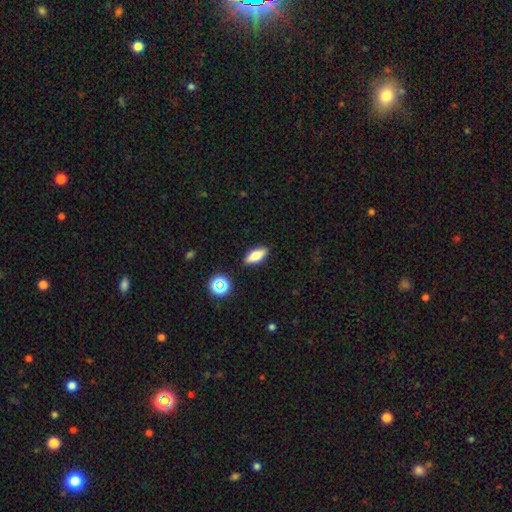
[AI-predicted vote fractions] This is likely a smooth galaxy (70%). How rounded: likely in between (72%). Merging: clearly none (87%).